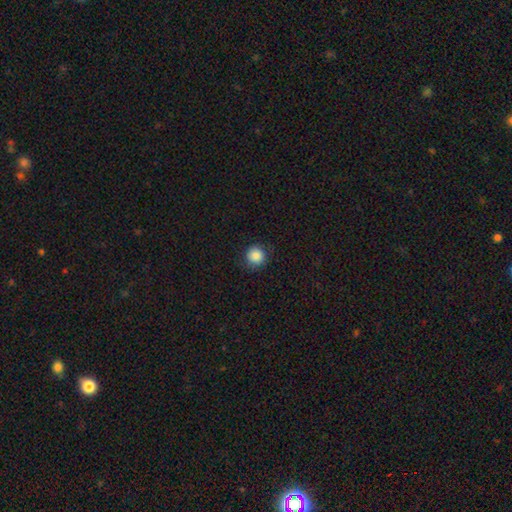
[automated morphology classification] The model was most divided on "merging": none: 87%, minor disturbance: 9%, major disturbance: 3%, merger: 1%. More confident: how rounded — round (94%); smooth or featured — smooth (87%).